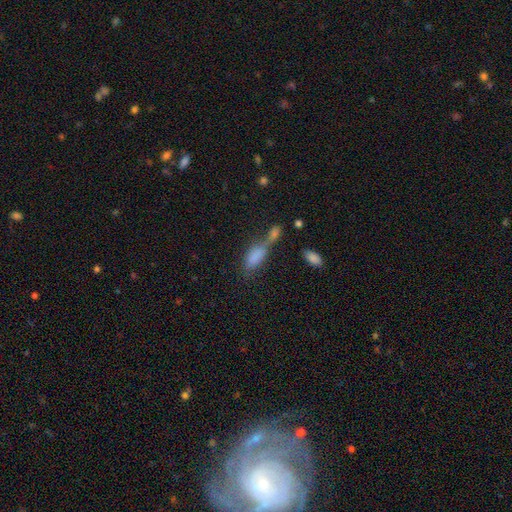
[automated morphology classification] smooth 76%, featured or disk 13%, star or artifact 10%. Down the decision tree: how rounded — in between (77%); merging — merger (53%).